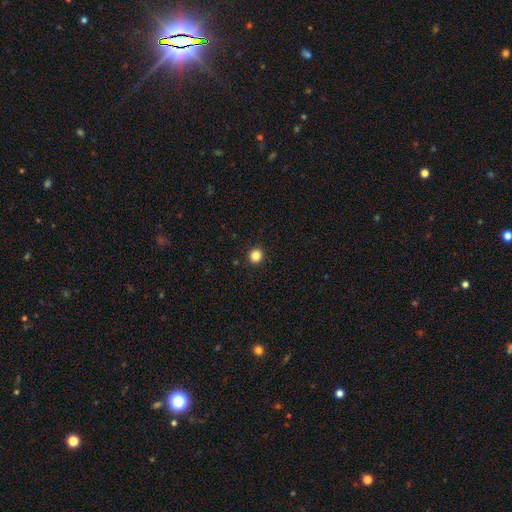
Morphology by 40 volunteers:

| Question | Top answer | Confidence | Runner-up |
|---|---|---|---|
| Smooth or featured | smooth | 85% | star or artifact (10%) |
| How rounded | round | 94% | in between (6%) |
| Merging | none | 92% | minor disturbance (8%) |